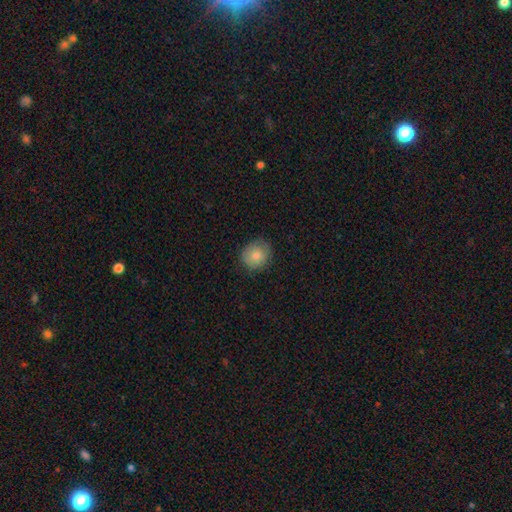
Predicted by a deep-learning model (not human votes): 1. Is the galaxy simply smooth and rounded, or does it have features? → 81% smooth, 11% featured or disk, 8% star or artifact.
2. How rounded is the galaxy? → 78% round, 21% in between, 1% cigar-shaped.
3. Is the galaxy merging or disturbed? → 80% none, 16% minor disturbance, 3% major disturbance, 1% merger.